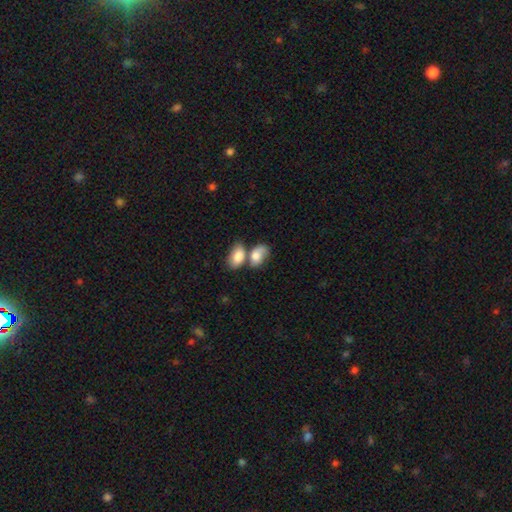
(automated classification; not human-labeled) smooth 74%, featured or disk 19%, star or artifact 7%. Down the decision tree: how rounded — in between (87%); merging — merger (57%).